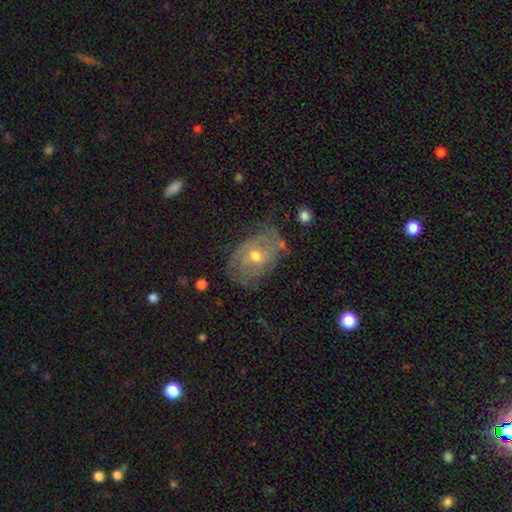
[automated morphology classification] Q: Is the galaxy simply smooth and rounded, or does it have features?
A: featured or disk — 75%.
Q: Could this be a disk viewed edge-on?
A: no — 96%.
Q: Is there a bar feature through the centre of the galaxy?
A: no — 68%.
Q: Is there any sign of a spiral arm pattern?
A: yes — 84%.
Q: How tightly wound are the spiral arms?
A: tight — 52%.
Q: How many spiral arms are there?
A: can't tell — 40%.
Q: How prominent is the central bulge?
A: moderate — 67%.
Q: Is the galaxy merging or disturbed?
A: none — 63%.